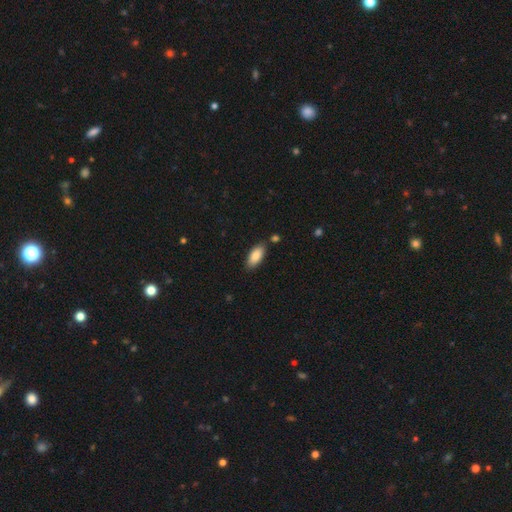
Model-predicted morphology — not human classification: The model was most divided on "merging": none: 81%, minor disturbance: 12%, merger: 4%, major disturbance: 3%. More confident: how rounded — in between (88%); smooth or featured — smooth (87%).